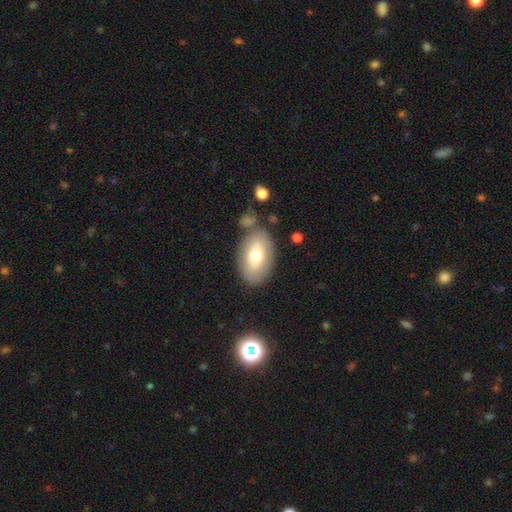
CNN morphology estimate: A smooth galaxy with no disk features (67%) that is in between round and cigar-shaped (90%).

Vote fractions:
- Smooth or featured? smooth: 67% / featured or disk: 26% / star or artifact: 7%
- How rounded? in between: 90% / round: 9% / cigar-shaped: 2%
- Merging? none: 74% / minor disturbance: 14% / merger: 7% / major disturbance: 5%